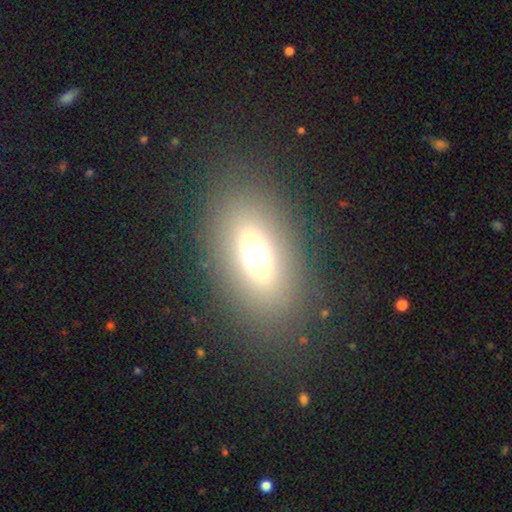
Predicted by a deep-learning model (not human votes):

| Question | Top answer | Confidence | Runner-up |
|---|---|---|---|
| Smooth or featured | smooth | 61% | featured or disk (23%) |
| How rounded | in between | 81% | round (13%) |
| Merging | none | 83% | minor disturbance (9%) |